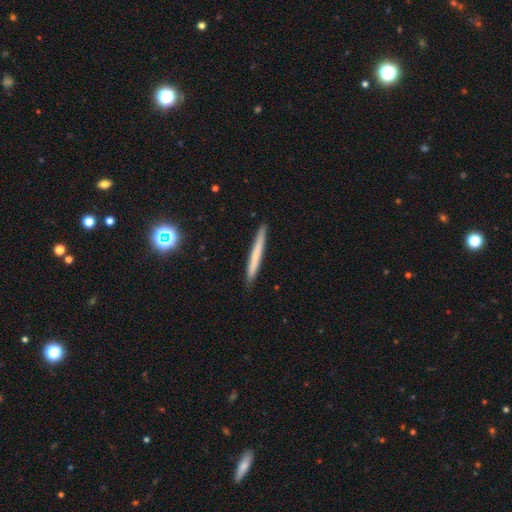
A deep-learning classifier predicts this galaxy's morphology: This appears to be a smooth galaxy with no disk features (61%) that is cigar-shaped (97%). Merging: none (92%).